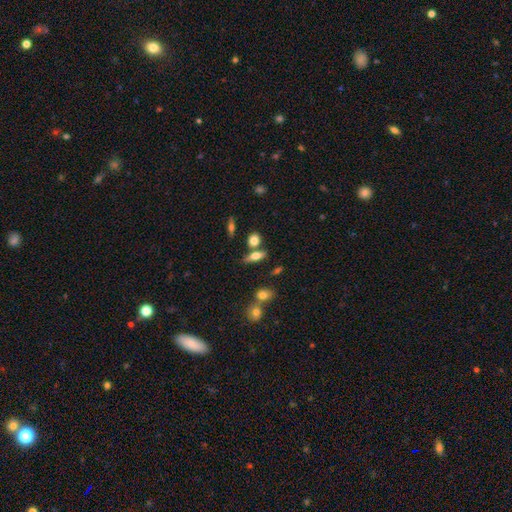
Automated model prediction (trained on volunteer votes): smooth-or-featured: smooth: 60% | featured or disk: 30% | star or artifact: 10%
  how-rounded: in between: 62% | cigar-shaped: 28% | round: 10%
  merging: none: 66% | merger: 18% | minor disturbance: 12% | major disturbance: 4%